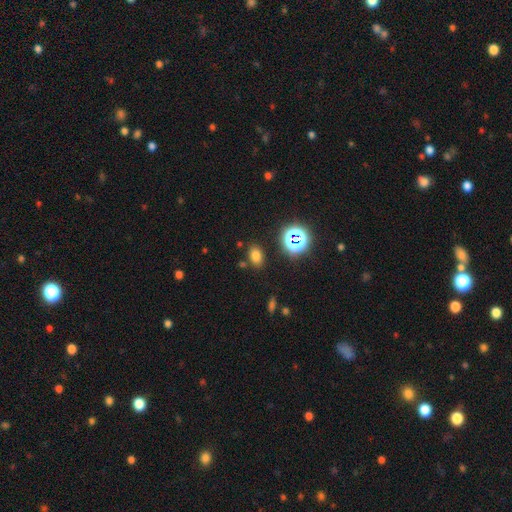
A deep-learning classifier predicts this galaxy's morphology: Overall: smooth (72%). How rounded: in between (77%). Merging: none (82%).